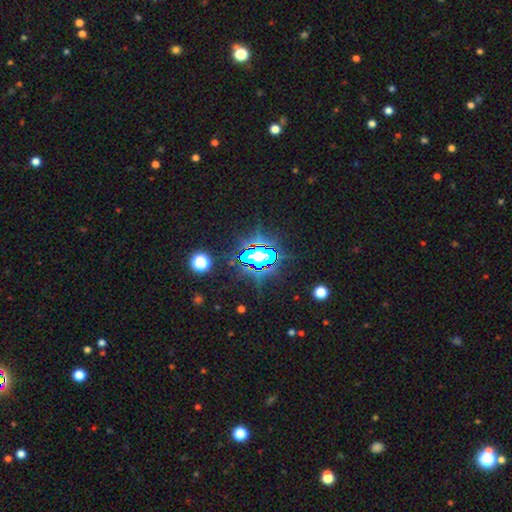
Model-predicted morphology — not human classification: This is likely a star or artifact rather than a galaxy (78%).